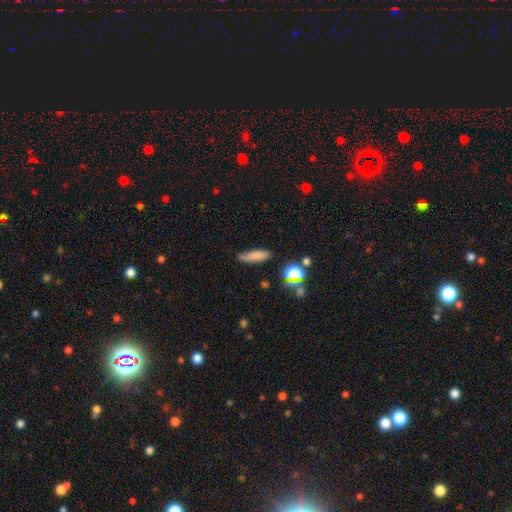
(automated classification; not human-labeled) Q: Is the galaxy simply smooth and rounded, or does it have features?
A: smooth — 78%.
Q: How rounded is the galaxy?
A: cigar-shaped — 66%.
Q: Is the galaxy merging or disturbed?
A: none — 79%.